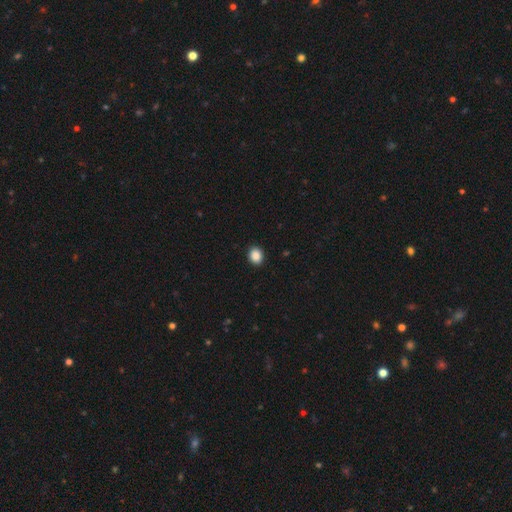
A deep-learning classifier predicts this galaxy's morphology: Smooth or featured?
  - smooth: 88% *
  - star or artifact: 9%
  - featured or disk: 3%
How rounded?
  - round: 60% *
  - in between: 39%
  - cigar-shaped: 1%
Merging?
  - none: 92% *
  - minor disturbance: 6%
  - major disturbance: 2%
  - merger: 1%